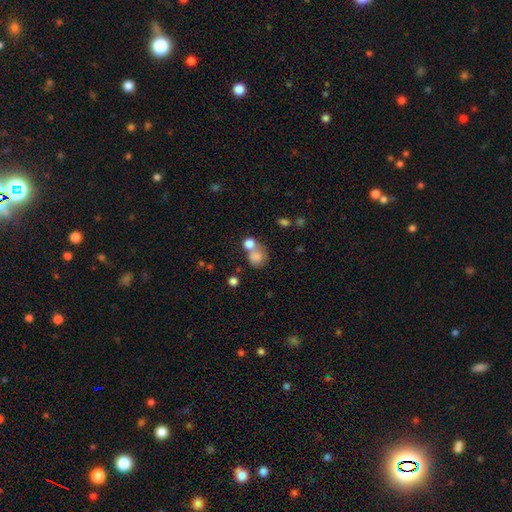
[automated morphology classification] A smooth galaxy with no disk features (77%) that is round (72%).

Vote fractions:
- Smooth or featured? smooth: 77% / featured or disk: 12% / star or artifact: 11%
- How rounded? round: 72% / in between: 27% / cigar-shaped: 1%
- Merging? merger: 49% / none: 33% / minor disturbance: 11% / major disturbance: 8%